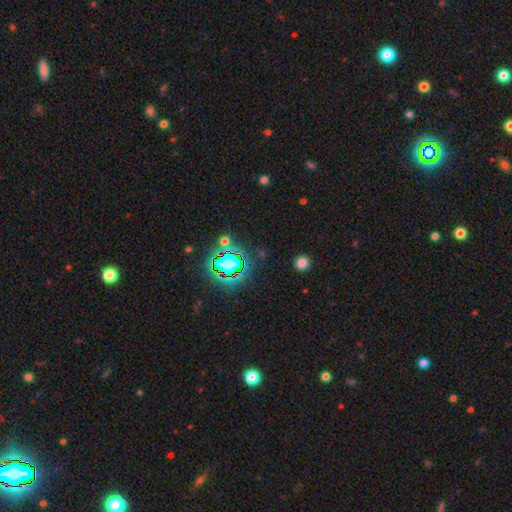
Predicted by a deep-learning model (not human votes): The model was most divided on "smooth or featured": star or artifact: 80%, smooth: 12%, featured or disk: 8%.